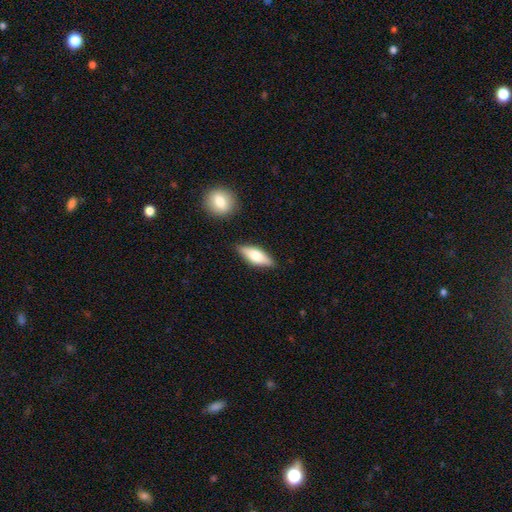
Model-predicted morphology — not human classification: Smooth or featured?
  - smooth: 57% *
  - featured or disk: 37%
  - star or artifact: 6%
How rounded?
  - in between: 65% *
  - cigar-shaped: 32%
  - round: 3%
Merging?
  - none: 82% *
  - minor disturbance: 12%
  - major disturbance: 3%
  - merger: 3%